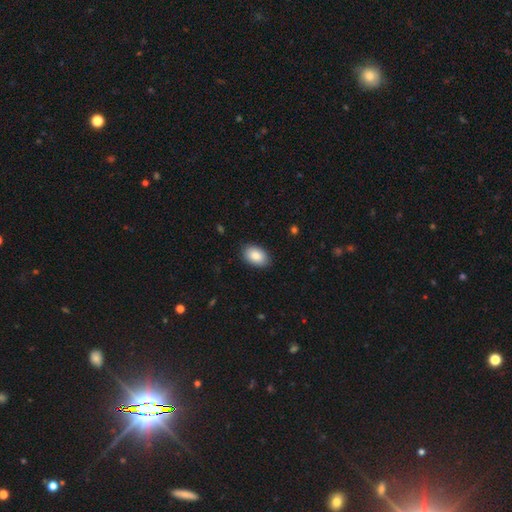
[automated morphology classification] Overall: smooth (87%). How rounded: in between (91%). Merging: none (87%).